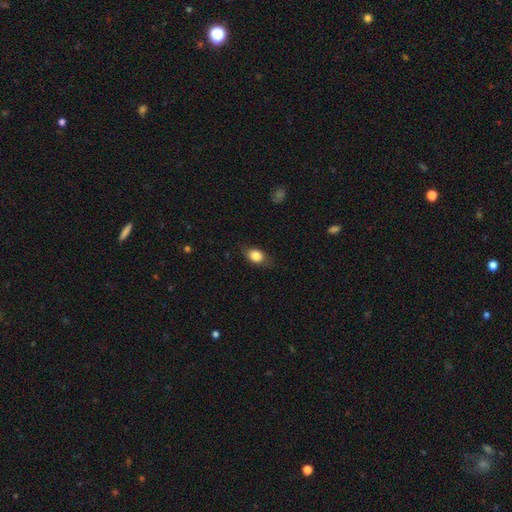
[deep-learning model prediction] Smooth or featured?
  - smooth: 84% *
  - featured or disk: 8%
  - star or artifact: 8%
How rounded?
  - in between: 70% *
  - round: 28%
  - cigar-shaped: 2%
Merging?
  - none: 75% *
  - minor disturbance: 19%
  - major disturbance: 5%
  - merger: 1%